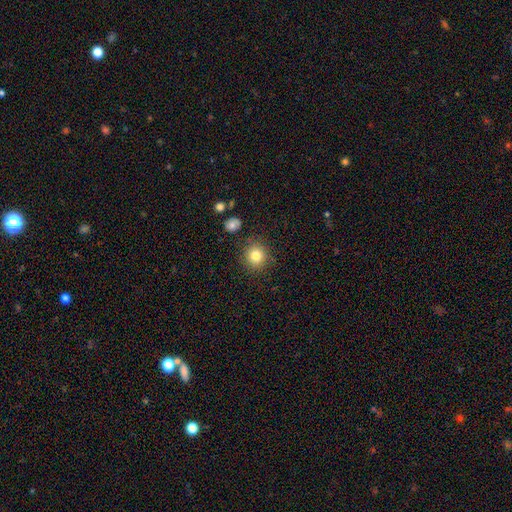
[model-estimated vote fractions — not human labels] The model was most divided on "smooth or featured": smooth: 82%, star or artifact: 11%, featured or disk: 8%. More confident: how rounded — round (92%); merging — none (87%).